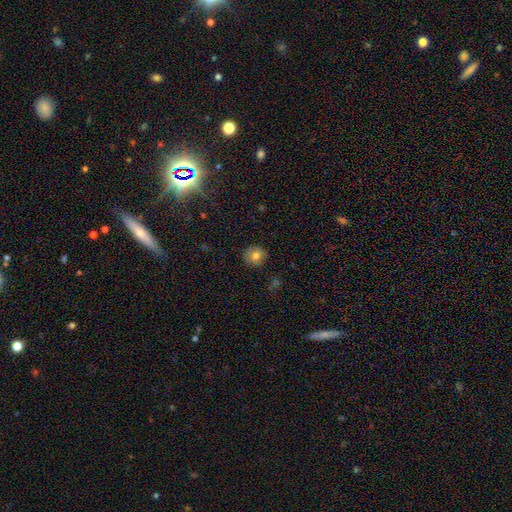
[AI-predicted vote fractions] The model was most divided on "smooth or featured": smooth: 76%, featured or disk: 15%, star or artifact: 9%. More confident: how rounded — round (89%); merging — none (88%).